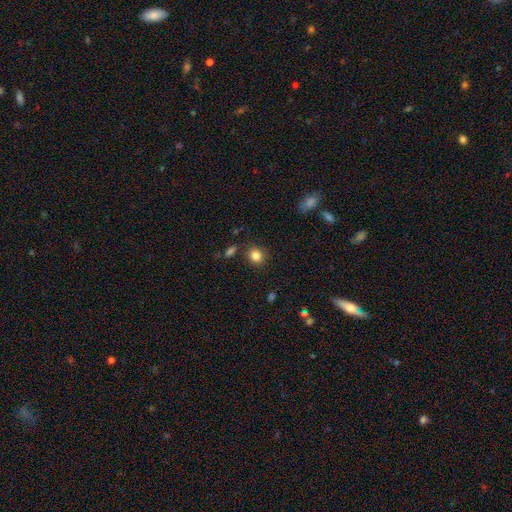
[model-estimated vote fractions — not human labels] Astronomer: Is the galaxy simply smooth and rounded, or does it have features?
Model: smooth — 83%.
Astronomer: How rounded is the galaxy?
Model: round — 78%.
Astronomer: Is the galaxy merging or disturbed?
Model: none — 84%.